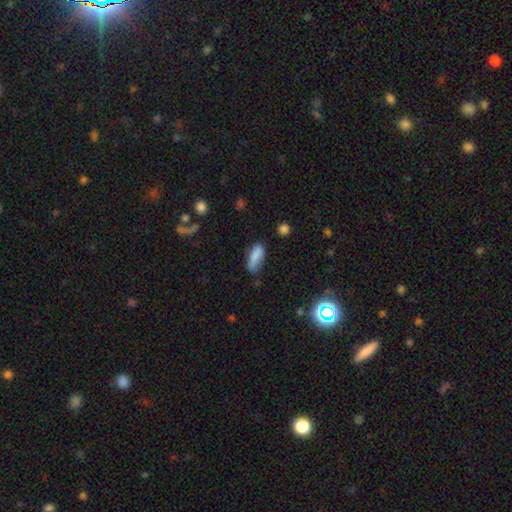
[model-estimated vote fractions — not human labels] smooth_or_featured: smooth (p=0.79) [alt: featured or disk p=0.12]
how_rounded: in between (p=0.73) [alt: cigar-shaped p=0.24]
merging: none (p=0.52) [alt: minor disturbance p=0.33]